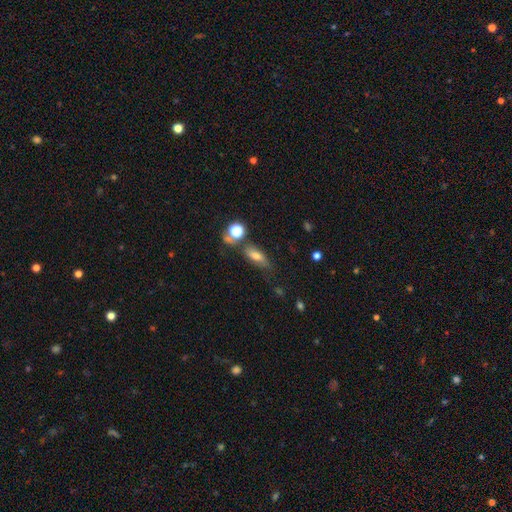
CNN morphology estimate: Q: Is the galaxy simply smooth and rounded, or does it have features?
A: smooth — 64%.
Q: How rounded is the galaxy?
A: in between — 64%.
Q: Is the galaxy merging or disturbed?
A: none — 53%.